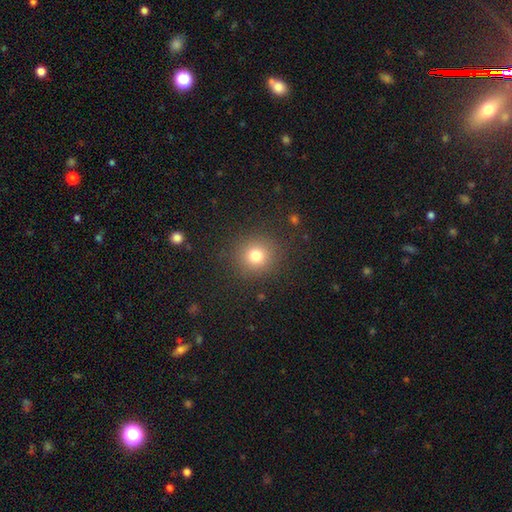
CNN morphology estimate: A smooth galaxy with no disk features (77%) that is round (91%). Merging: none (88%).